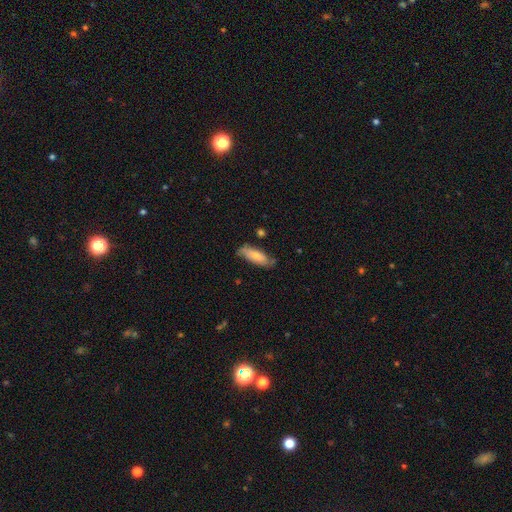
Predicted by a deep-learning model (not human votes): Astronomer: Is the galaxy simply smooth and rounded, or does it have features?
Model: smooth — 69%.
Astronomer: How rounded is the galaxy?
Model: in between — 61% (runner-up: cigar-shaped, 37%).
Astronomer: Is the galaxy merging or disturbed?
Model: none — 68%.